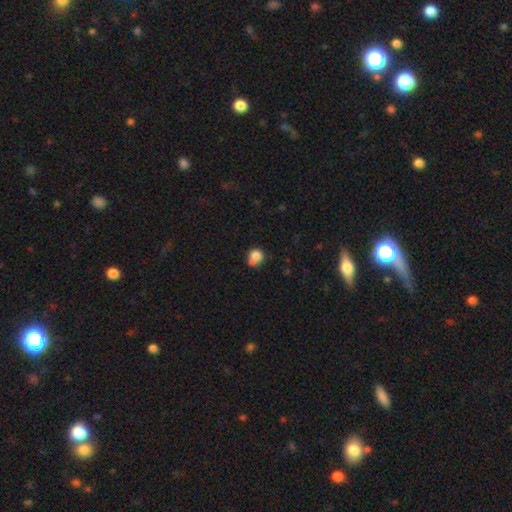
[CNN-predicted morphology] A smooth galaxy with no disk features (79%) that is round (81%). Merging: none (47%).